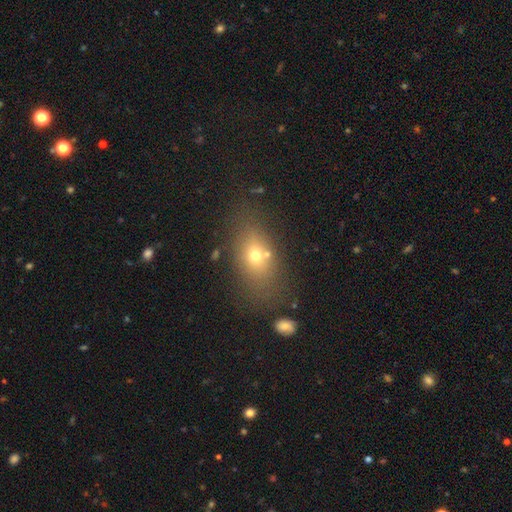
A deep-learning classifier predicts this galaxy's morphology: A smooth galaxy with no disk features (64%) that is in between round and cigar-shaped (73%).

Vote fractions:
- Smooth or featured? smooth: 64% / featured or disk: 21% / star or artifact: 15%
- How rounded? in between: 73% / round: 23% / cigar-shaped: 4%
- Merging? none: 68% / minor disturbance: 14% / merger: 11% / major disturbance: 7%